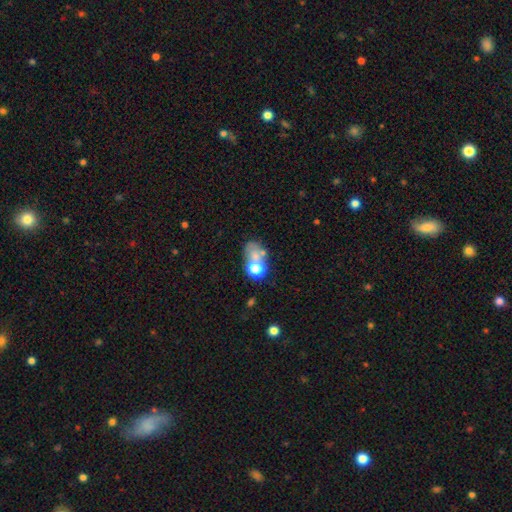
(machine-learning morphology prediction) type=smooth (55%); roundness=in between (60%); merging=merger (38%).